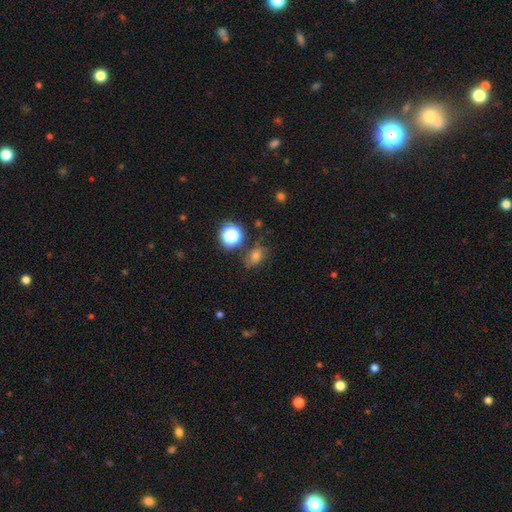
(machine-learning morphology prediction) smooth_or_featured: smooth (p=0.55) [alt: star or artifact p=0.31]
how_rounded: in between (p=0.60) [alt: round p=0.38]
merging: none (p=0.72) [alt: minor disturbance p=0.17]